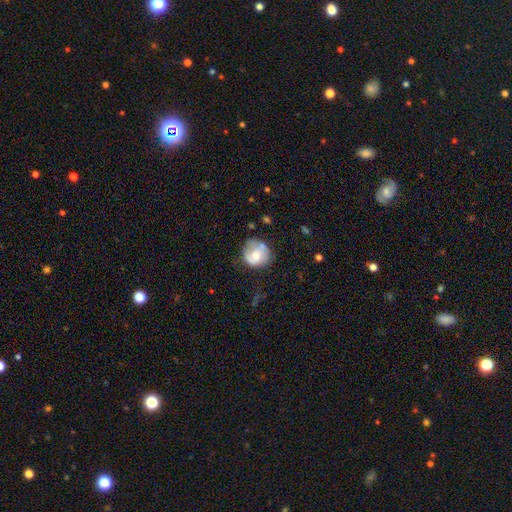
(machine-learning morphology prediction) smooth-or-featured: smooth: 52% | featured or disk: 40% | star or artifact: 8%
  how-rounded: round: 82% | in between: 17% | cigar-shaped: 1%
  merging: none: 55% | minor disturbance: 26% | major disturbance: 12% | merger: 8%